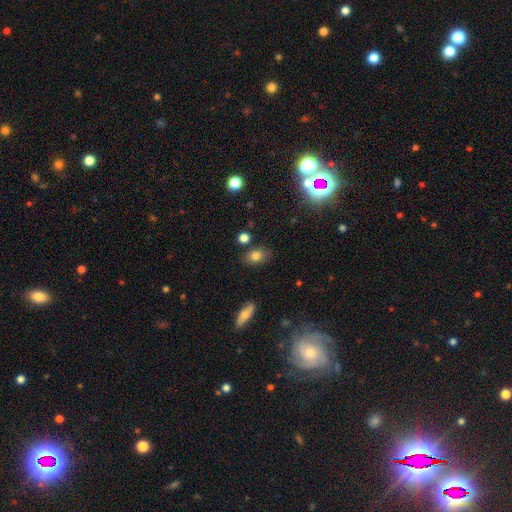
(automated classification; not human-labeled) Smooth or featured? Predicted: smooth (p=0.79). How rounded? Predicted: in between (p=0.76). Merging? Predicted: none (p=0.80).